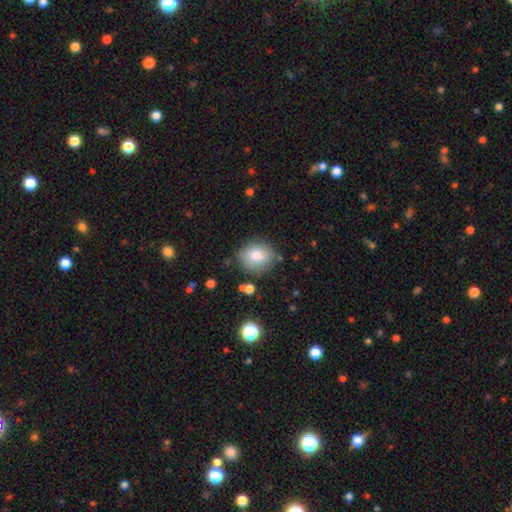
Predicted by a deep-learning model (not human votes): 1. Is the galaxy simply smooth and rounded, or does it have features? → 78% smooth, 13% featured or disk, 10% star or artifact.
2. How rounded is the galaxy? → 64% round, 35% in between, 1% cigar-shaped.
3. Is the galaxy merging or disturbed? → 78% none, 15% minor disturbance, 4% major disturbance, 3% merger.